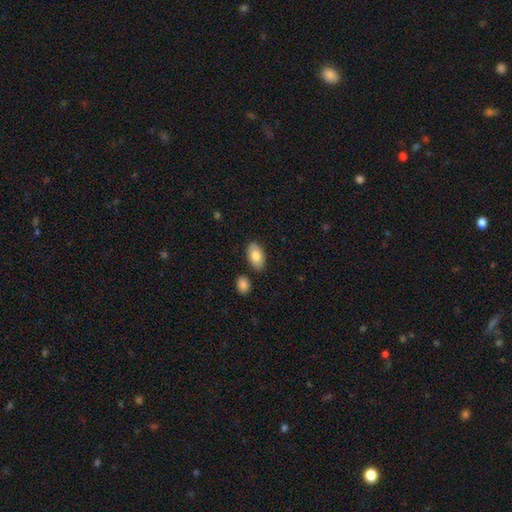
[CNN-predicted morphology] Overall: smooth (81%). How rounded: in between (94%). Merging: none (83%).